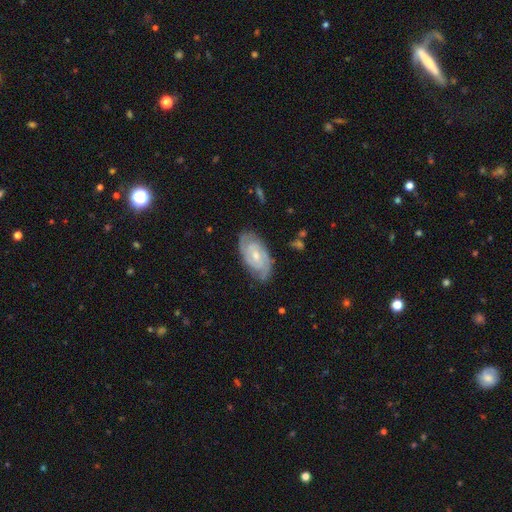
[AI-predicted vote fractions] A featured or disk galaxy (82%) with no bar (49%), 2 (63%) tight (64%) spiral arms (96%) and a small central bulge (55%). Merging: none (79%).